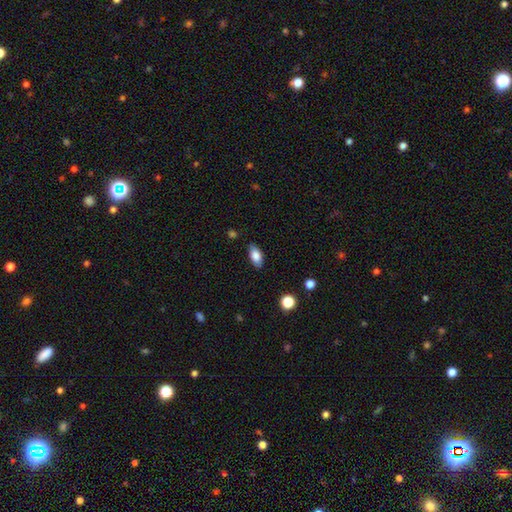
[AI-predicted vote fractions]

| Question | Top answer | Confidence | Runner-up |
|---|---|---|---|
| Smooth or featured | smooth | 82% | featured or disk (10%) |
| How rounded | in between | 90% | cigar-shaped (7%) |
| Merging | none | 84% | minor disturbance (12%) |